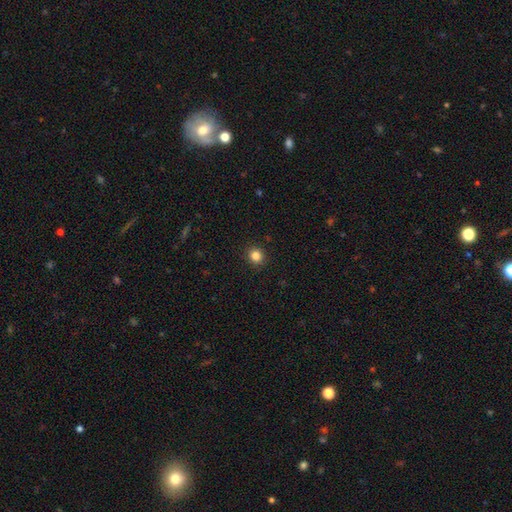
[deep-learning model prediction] This is clearly a smooth galaxy (83%). How rounded: clearly round (89%). Merging: clearly none (92%).